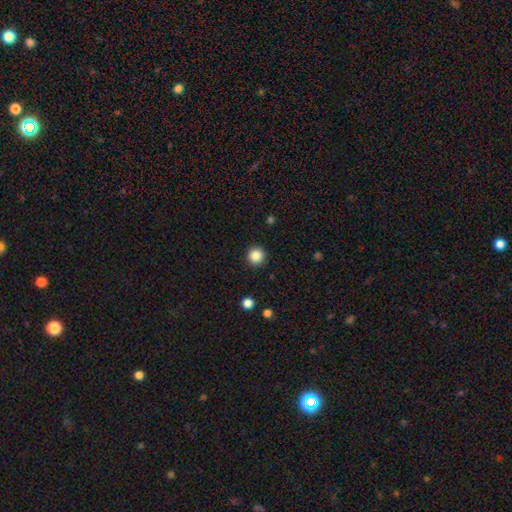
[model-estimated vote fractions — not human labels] Overall: smooth (86%). How rounded: round (95%). Merging: none (92%).